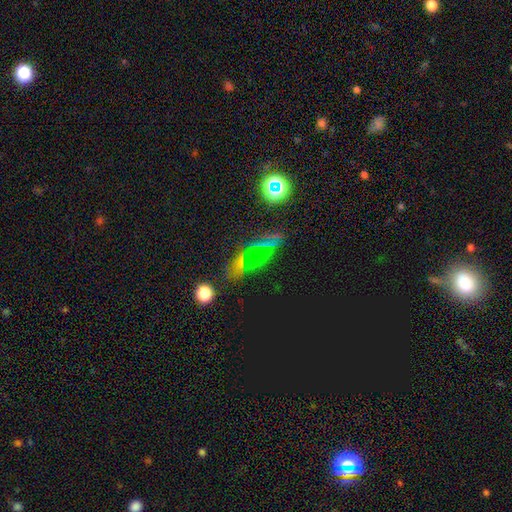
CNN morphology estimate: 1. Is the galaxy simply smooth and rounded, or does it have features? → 48% star or artifact, 36% smooth, 16% featured or disk.